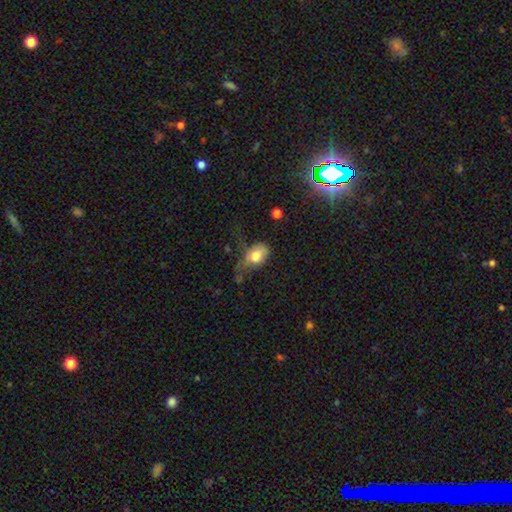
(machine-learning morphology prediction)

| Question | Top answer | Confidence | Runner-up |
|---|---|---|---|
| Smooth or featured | smooth | 75% | featured or disk (16%) |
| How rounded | in between | 79% | round (18%) |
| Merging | major disturbance | 38% | minor disturbance (33%) |